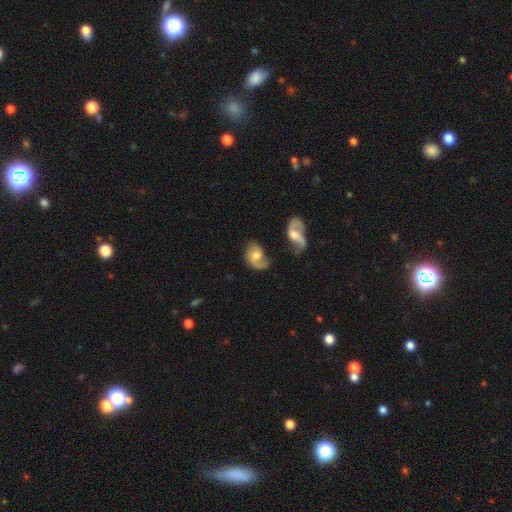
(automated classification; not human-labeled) smooth-or-featured: featured or disk: 54% | smooth: 39% | star or artifact: 7%
  disk-edge-on: no: 95% | yes: 5%
    bar: no: 72% | weak: 24% | strong: 4%
    has-spiral-arms: yes: 78% | no: 22%
    bulge-size: moderate: 63% | small: 22% | large: 9% | none: 4% | dominant: 2%
  merging: none: 32% | major disturbance: 26% | minor disturbance: 26% | merger: 16%